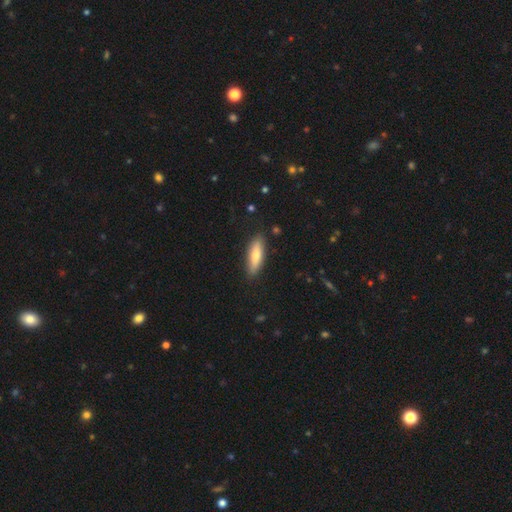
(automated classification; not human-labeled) Morphology: type=smooth (71%); roundness=cigar-shaped (53%); merging=none (85%).